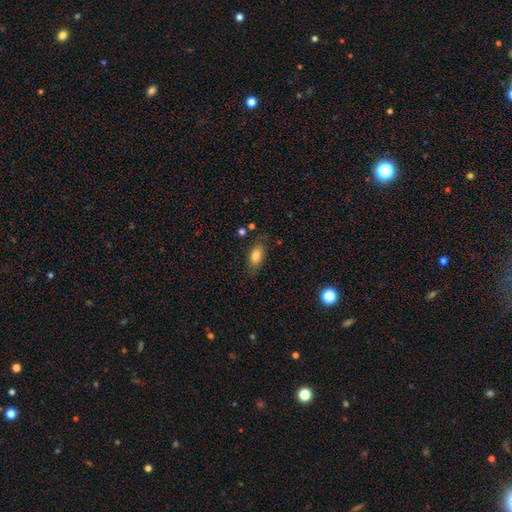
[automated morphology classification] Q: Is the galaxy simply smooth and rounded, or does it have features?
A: smooth — 80%.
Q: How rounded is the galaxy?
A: in between — 87%.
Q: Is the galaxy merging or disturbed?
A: none — 76%.